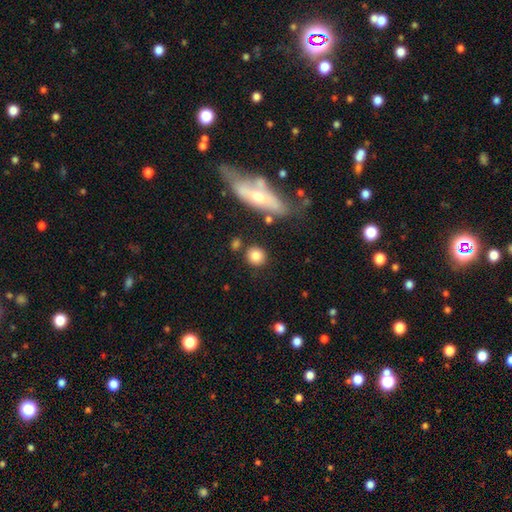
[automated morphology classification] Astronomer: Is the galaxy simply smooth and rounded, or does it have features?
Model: smooth — 82%.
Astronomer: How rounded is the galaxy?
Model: round — 85%.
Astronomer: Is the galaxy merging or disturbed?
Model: none — 81%.